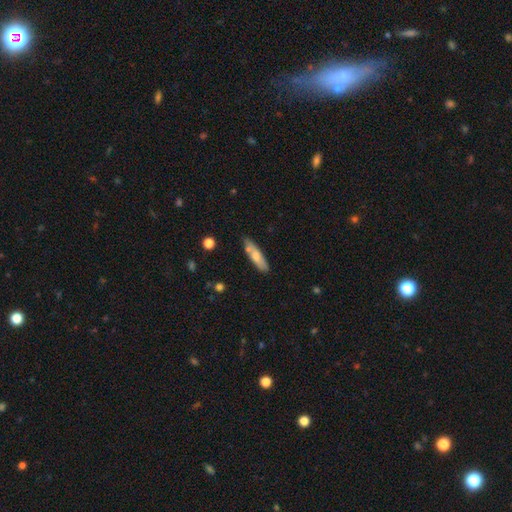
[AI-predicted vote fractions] Smooth or featured: smooth — 68% (featured or disk — 26%)
How rounded: cigar-shaped — 70% (in between — 28%)
Merging: none — 73% (minor disturbance — 17%)